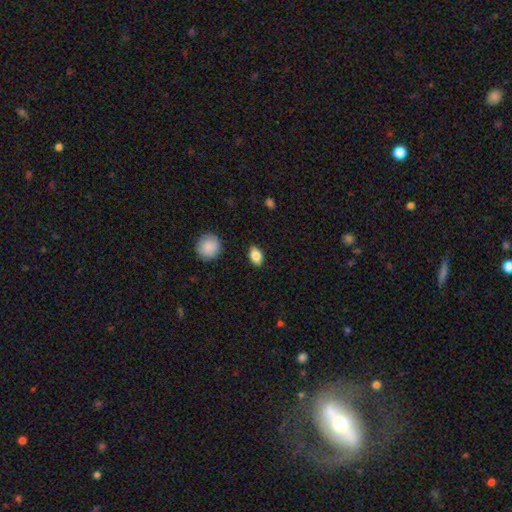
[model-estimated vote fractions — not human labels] Morphology: type=smooth (83%); roundness=in between (82%); merging=none (86%).